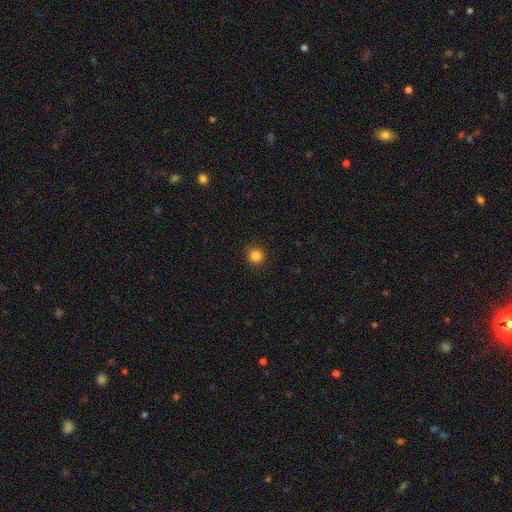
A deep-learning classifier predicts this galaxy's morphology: The model was most divided on "smooth or featured": smooth: 85%, star or artifact: 12%, featured or disk: 3%. More confident: how rounded — round (94%); merging — none (91%).